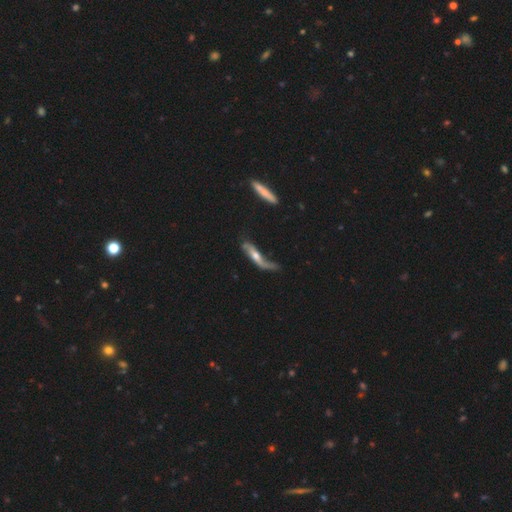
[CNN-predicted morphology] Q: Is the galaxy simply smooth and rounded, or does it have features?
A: featured or disk — 67%.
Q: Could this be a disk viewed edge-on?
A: no — 65%.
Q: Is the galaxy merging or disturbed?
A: none — 34%.